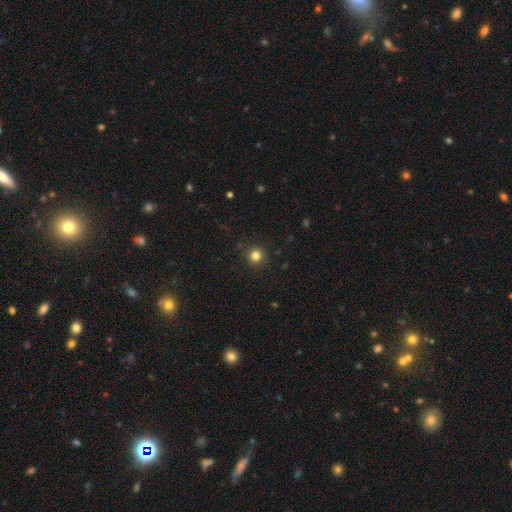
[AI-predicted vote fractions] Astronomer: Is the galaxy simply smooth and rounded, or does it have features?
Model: smooth — 81%.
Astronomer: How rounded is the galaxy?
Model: round — 94%.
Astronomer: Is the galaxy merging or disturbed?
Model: none — 91%.